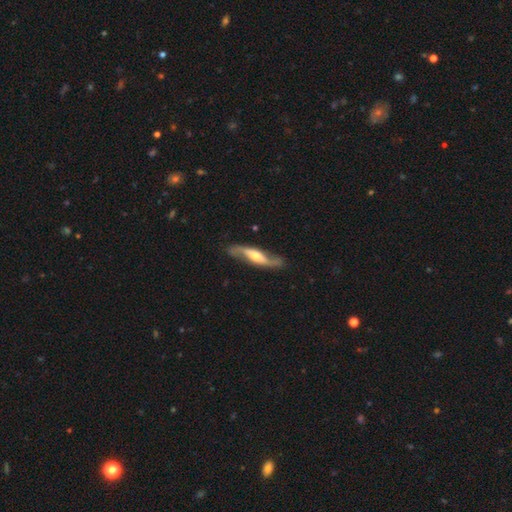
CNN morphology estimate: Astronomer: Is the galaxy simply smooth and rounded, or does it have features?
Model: featured or disk — 84%.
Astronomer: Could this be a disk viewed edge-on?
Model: no — 76%.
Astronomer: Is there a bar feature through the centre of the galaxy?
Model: no — 37% (runner-up: weak, 34%).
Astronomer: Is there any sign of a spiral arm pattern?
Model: yes — 94%.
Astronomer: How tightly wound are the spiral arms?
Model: loose — 78%.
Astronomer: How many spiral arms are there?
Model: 2 — 93%.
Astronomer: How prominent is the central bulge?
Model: moderate — 62%.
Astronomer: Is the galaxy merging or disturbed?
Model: none — 79%.